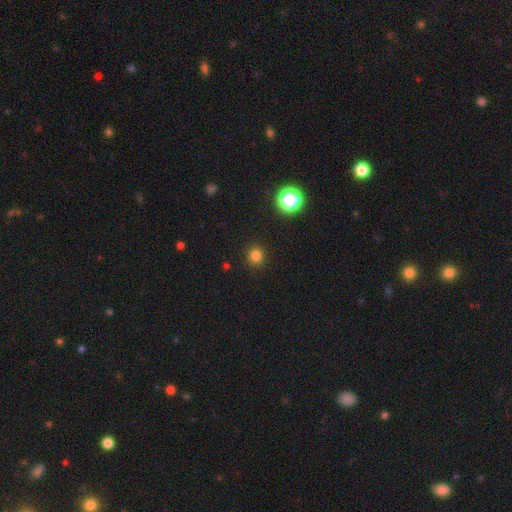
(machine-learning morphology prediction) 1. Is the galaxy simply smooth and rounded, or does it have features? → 79% smooth, 17% star or artifact, 4% featured or disk.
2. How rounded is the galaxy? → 93% round, 6% in between, 1% cigar-shaped.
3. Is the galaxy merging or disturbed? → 92% none, 5% minor disturbance, 2% major disturbance, 1% merger.